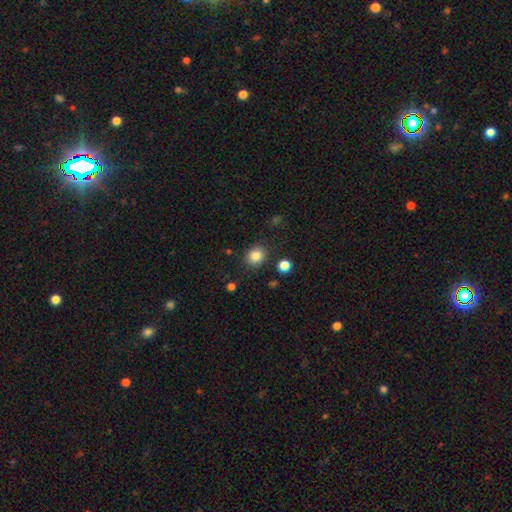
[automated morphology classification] Smooth or featured?
  - smooth: 84% *
  - star or artifact: 11%
  - featured or disk: 5%
How rounded?
  - round: 78% *
  - in between: 21%
  - cigar-shaped: 1%
Merging?
  - none: 85% *
  - minor disturbance: 9%
  - major disturbance: 3%
  - merger: 3%